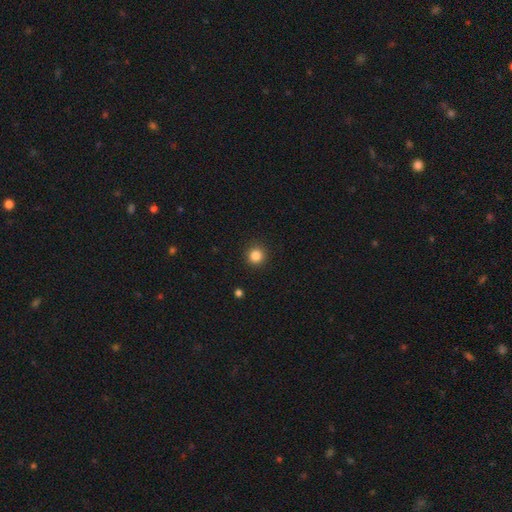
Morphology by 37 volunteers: type=smooth (92%); roundness=round (97%); merging=none (100%).